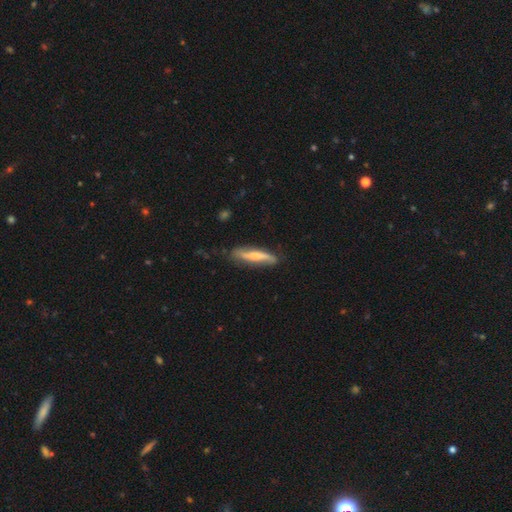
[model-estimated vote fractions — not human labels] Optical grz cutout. It shows a featured or disk galaxy (49%). Merging: none (74%).